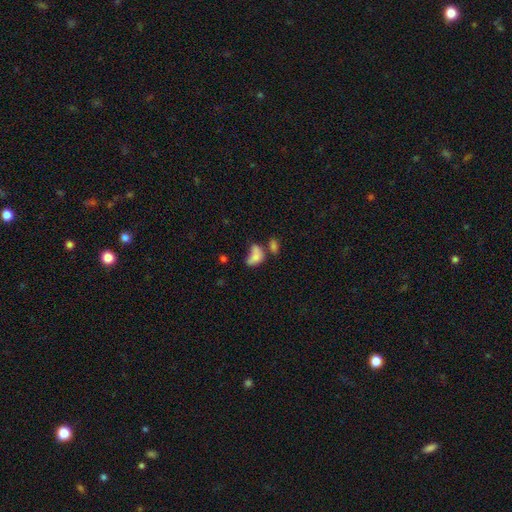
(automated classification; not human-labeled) smooth_or_featured: smooth (p=0.74) [alt: featured or disk p=0.16]
how_rounded: in between (p=0.85) [alt: round p=0.13]
merging: merger (p=0.45) [alt: none p=0.22]